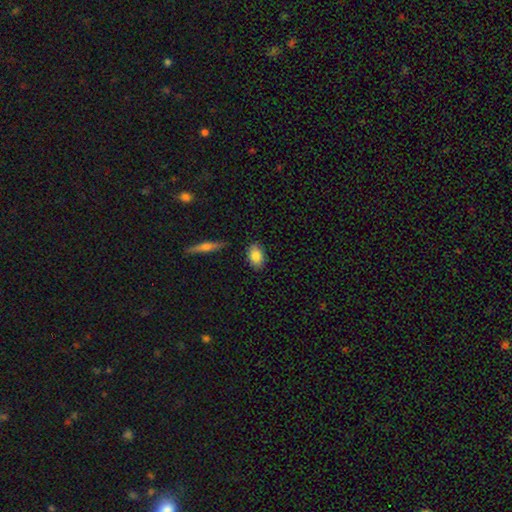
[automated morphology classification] This appears to be a smooth galaxy with no disk features (86%) that is in between round and cigar-shaped (84%). Merging: none (84%).